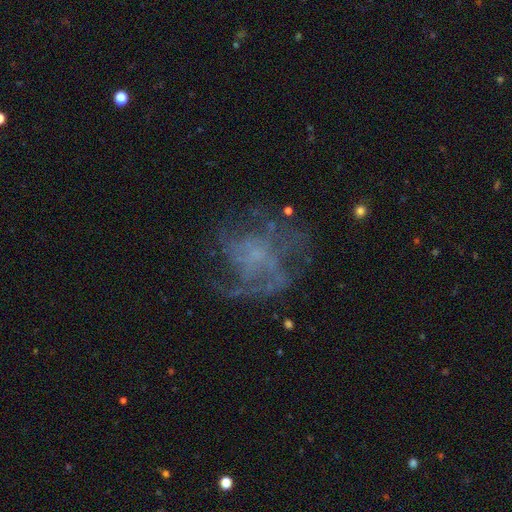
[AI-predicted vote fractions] smooth-or-featured: featured or disk: 69% | smooth: 16% | star or artifact: 16%
  disk-edge-on: no: 98% | yes: 2%
    bar: no: 79% | weak: 18% | strong: 3%
    has-spiral-arms: yes: 68% | no: 32%
    bulge-size: none: 51% | small: 35% | moderate: 11% | large: 2% | dominant: 1%
  merging: none: 49% | major disturbance: 31% | minor disturbance: 17% | merger: 2%